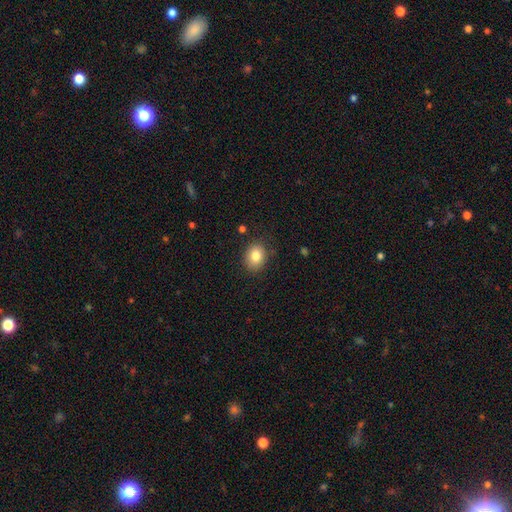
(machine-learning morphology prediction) smooth_or_featured: smooth (p=0.82) [alt: star or artifact p=0.09]
how_rounded: in between (p=0.53) [alt: round p=0.47]
merging: none (p=0.85) [alt: minor disturbance p=0.11]